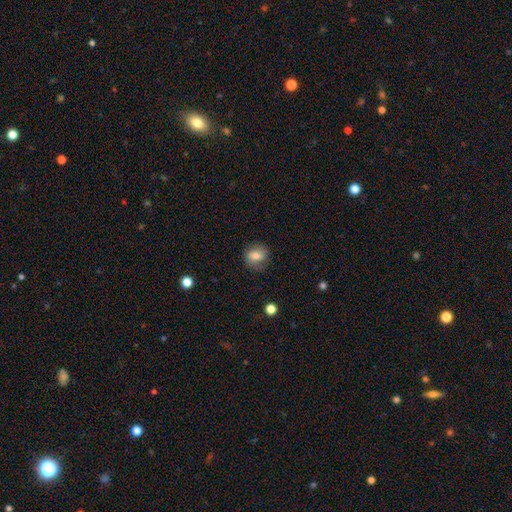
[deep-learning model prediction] Q: Smooth or featured?
A: smooth (71%); runner-up: featured or disk (20%)
Q: How rounded?
A: round (67%); runner-up: in between (31%)
Q: Merging?
A: none (73%); runner-up: minor disturbance (19%)